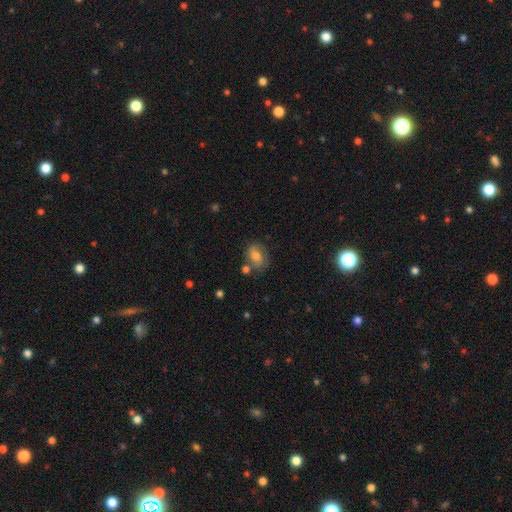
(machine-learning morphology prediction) This is likely a smooth galaxy (66%). How rounded: likely in between (73%). Merging: likely none (64%).